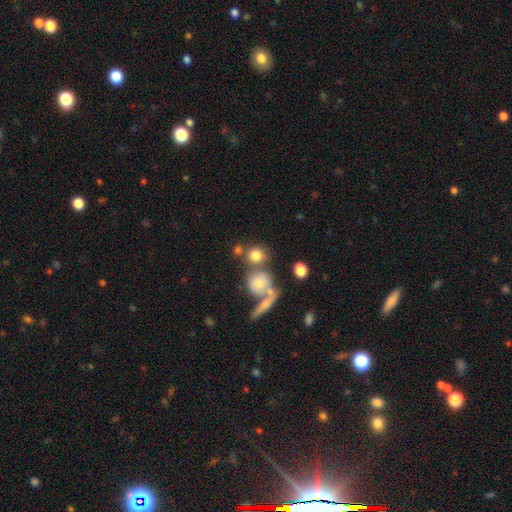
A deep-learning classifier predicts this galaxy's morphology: This is likely a smooth galaxy (77%). How rounded: likely round (80%). Merging: possibly none (52%).